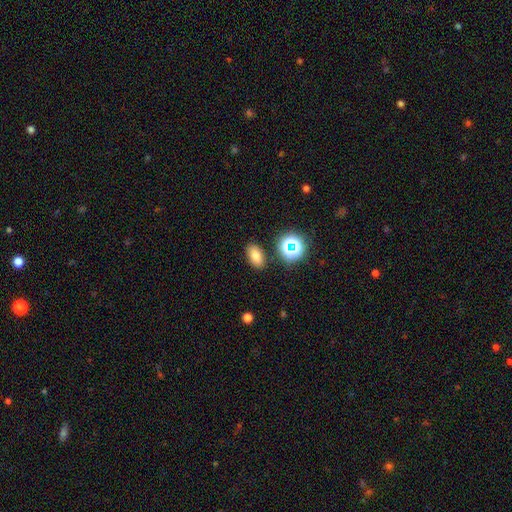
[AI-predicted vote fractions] smooth-or-featured: smooth: 74% | star or artifact: 16% | featured or disk: 10%
  how-rounded: in between: 86% | round: 12% | cigar-shaped: 3%
  merging: none: 86% | minor disturbance: 8% | merger: 3% | major disturbance: 3%